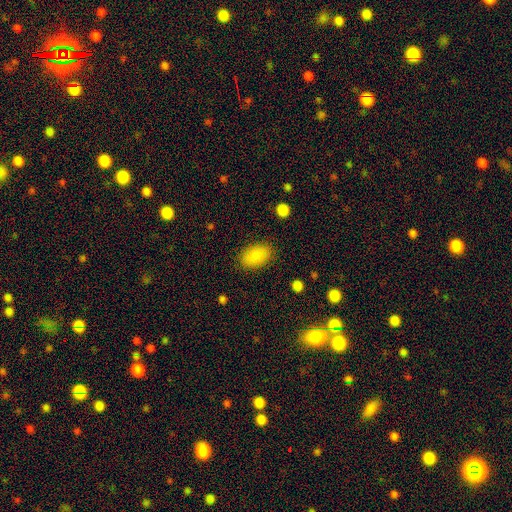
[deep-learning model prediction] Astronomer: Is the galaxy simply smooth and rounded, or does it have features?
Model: smooth — 86%.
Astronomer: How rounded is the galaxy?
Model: in between — 91%.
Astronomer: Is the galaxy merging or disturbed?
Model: none — 86%.